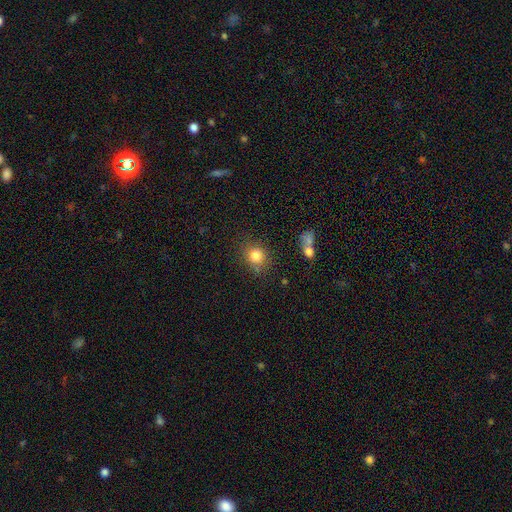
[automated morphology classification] This is clearly a smooth galaxy (82%). How rounded: clearly round (81%). Merging: likely none (78%).